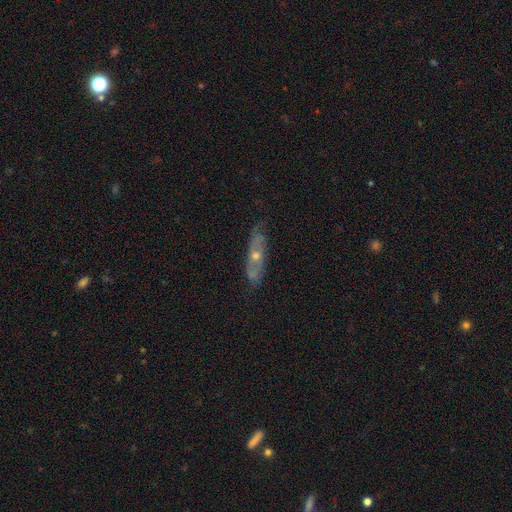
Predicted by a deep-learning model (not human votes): Morphology: type=featured or disk (64%); edge-on=no (57%); merging=none (71%).